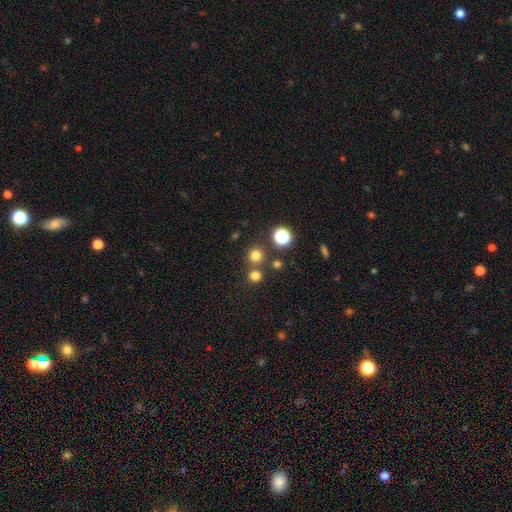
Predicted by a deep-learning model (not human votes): Q: Smooth or featured?
A: smooth (74%); runner-up: star or artifact (20%)
Q: How rounded?
A: round (92%); runner-up: in between (7%)
Q: Merging?
A: none (74%); runner-up: merger (16%)